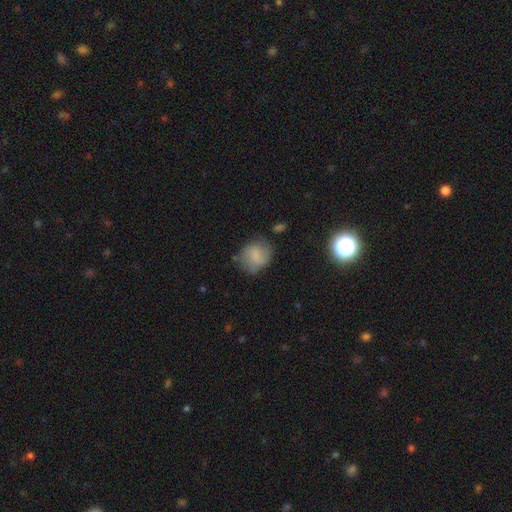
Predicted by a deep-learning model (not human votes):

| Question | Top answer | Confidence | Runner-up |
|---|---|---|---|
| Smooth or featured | smooth | 71% | featured or disk (20%) |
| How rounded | round | 72% | in between (27%) |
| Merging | none | 57% | minor disturbance (28%) |